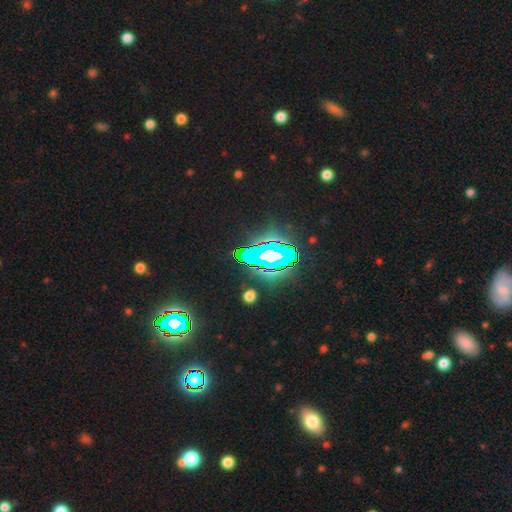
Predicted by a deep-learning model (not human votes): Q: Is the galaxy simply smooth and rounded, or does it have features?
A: star or artifact — 77%.